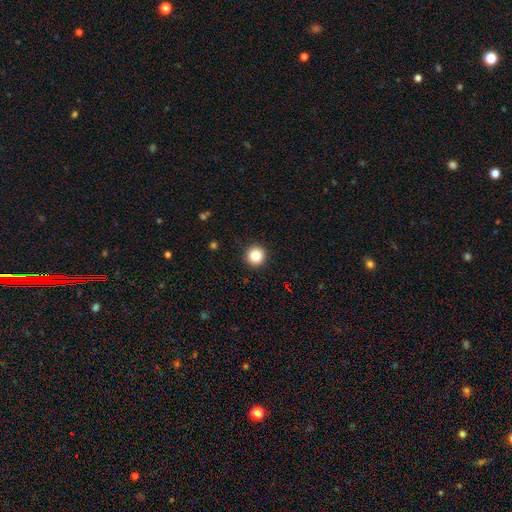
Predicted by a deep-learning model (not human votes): Morphology: type=smooth (85%); roundness=round (95%); merging=none (93%).